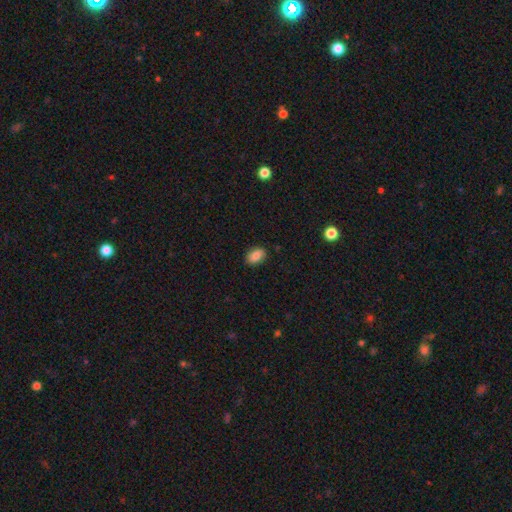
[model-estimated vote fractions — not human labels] This appears to be a smooth galaxy with no disk features (86%) that is in between round and cigar-shaped (87%). Merging: none (88%).